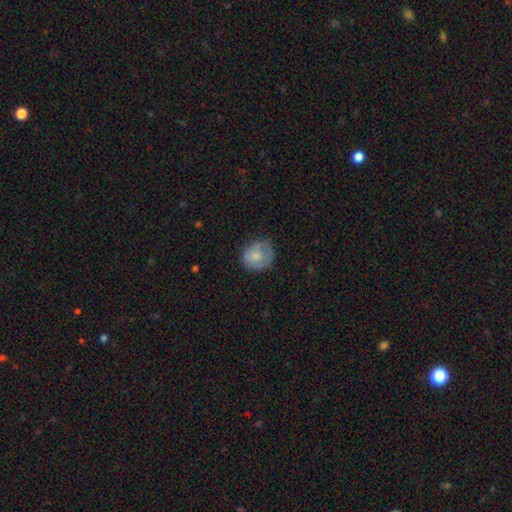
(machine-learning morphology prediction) Smooth or featured: smooth — 71% (featured or disk — 22%)
How rounded: round — 70% (in between — 29%)
Merging: none — 59% (minor disturbance — 28%)